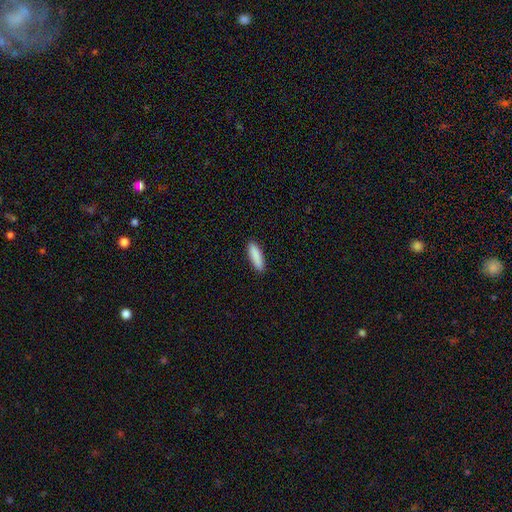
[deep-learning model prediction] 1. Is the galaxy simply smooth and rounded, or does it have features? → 89% smooth, 6% star or artifact, 5% featured or disk.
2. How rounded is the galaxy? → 63% cigar-shaped, 35% in between, 2% round.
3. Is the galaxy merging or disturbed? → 89% none, 8% minor disturbance, 2% major disturbance, 1% merger.